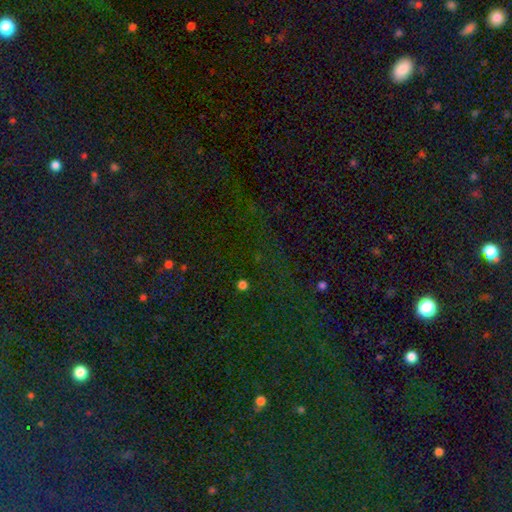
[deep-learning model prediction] Overall: star or artifact (74%).